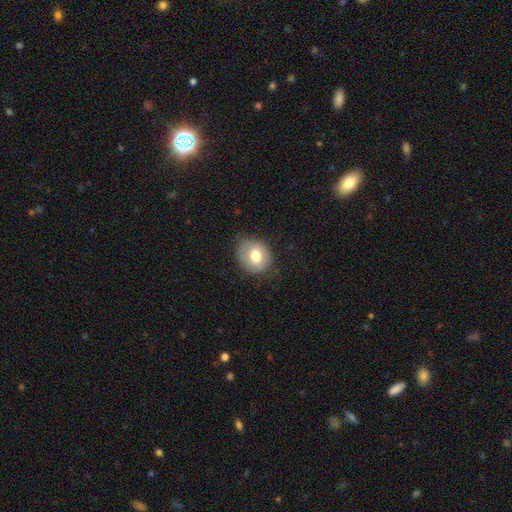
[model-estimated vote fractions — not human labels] The model was most divided on "smooth or featured": smooth: 68%, featured or disk: 24%, star or artifact: 7%. More confident: merging — none (76%); how rounded — round (72%).